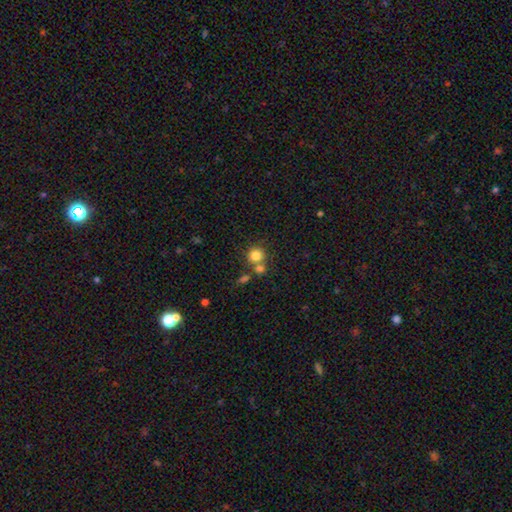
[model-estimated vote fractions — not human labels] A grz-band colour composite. It shows a smooth galaxy with no disk features (81%) that is round (89%). Merging: none (60%).